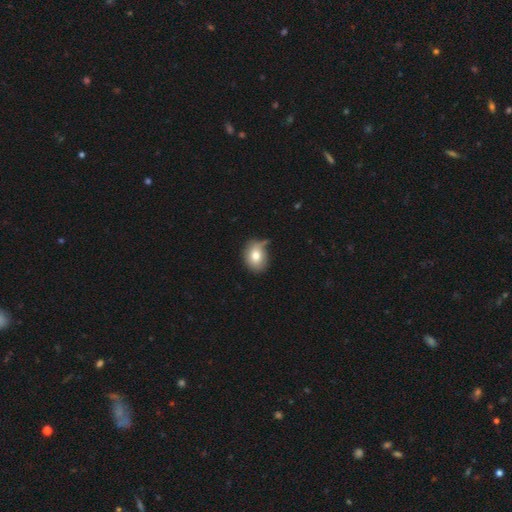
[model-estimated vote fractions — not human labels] Smooth or featured? smooth (76%)
How rounded? in between (59%)
Merging? none (55%)